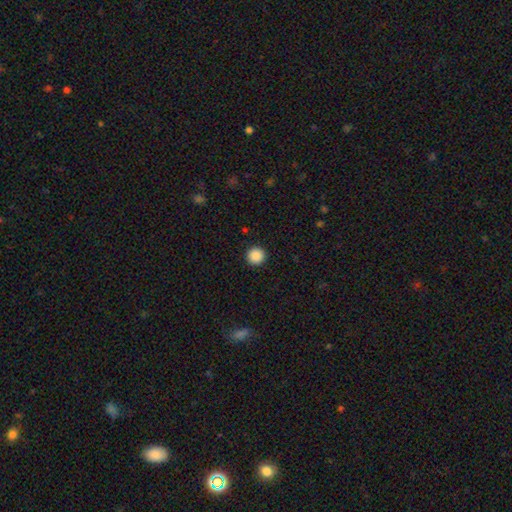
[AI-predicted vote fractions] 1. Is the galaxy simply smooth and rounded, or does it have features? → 88% smooth, 9% star or artifact, 3% featured or disk.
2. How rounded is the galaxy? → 96% round, 3% in between, 1% cigar-shaped.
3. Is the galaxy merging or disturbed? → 93% none, 4% minor disturbance, 2% major disturbance, 1% merger.